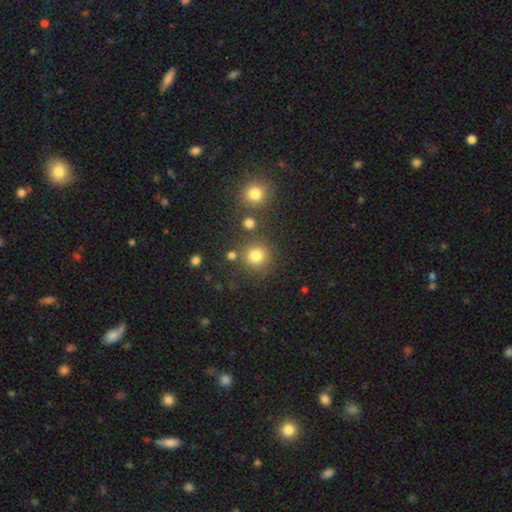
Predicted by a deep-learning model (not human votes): This is likely a smooth galaxy (80%). How rounded: clearly round (92%). Merging: likely none (79%).